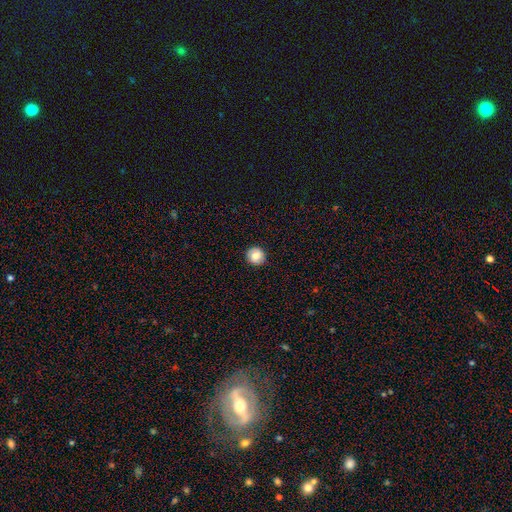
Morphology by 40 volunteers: Smooth or featured? smooth (78%)
How rounded? round (97%)
Merging? none (92%)